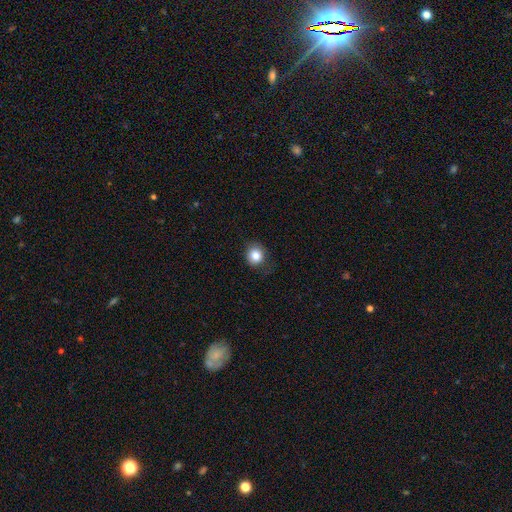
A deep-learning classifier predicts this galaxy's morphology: type=smooth (83%); roundness=round (84%); merging=none (82%).